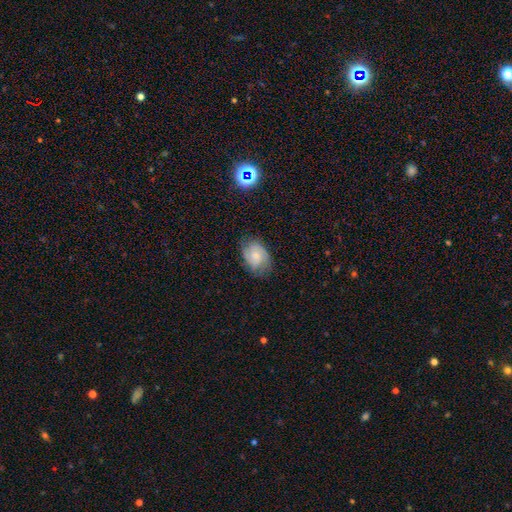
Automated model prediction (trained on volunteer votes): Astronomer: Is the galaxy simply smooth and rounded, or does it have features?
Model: featured or disk — 50% (runner-up: smooth, 41%).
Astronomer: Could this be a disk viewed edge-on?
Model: no — 97%.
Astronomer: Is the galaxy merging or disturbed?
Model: none — 69%.